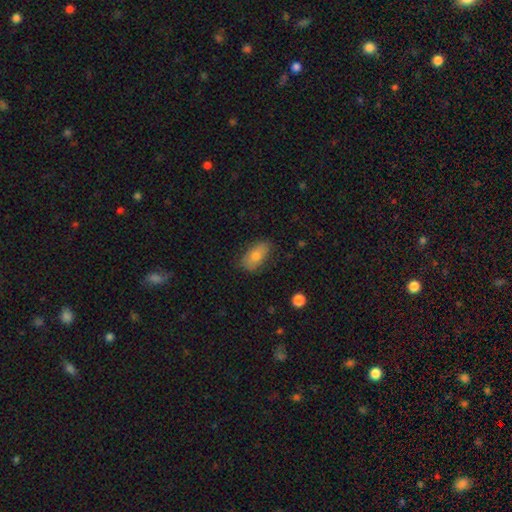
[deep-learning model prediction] This is likely a smooth galaxy (74%). How rounded: clearly in between (89%). Merging: clearly none (81%).